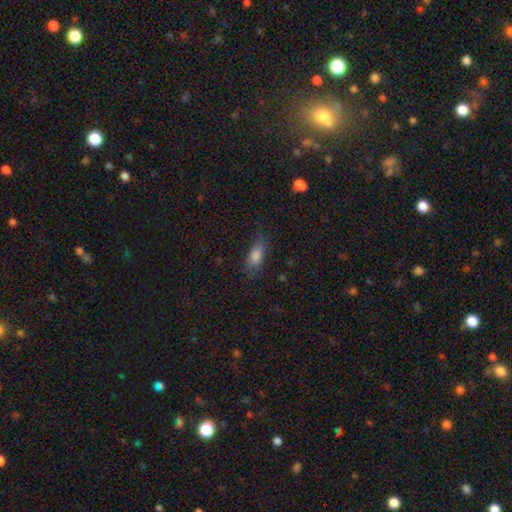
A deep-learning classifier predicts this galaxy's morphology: type=smooth (78%); roundness=in between (74%); merging=none (73%).